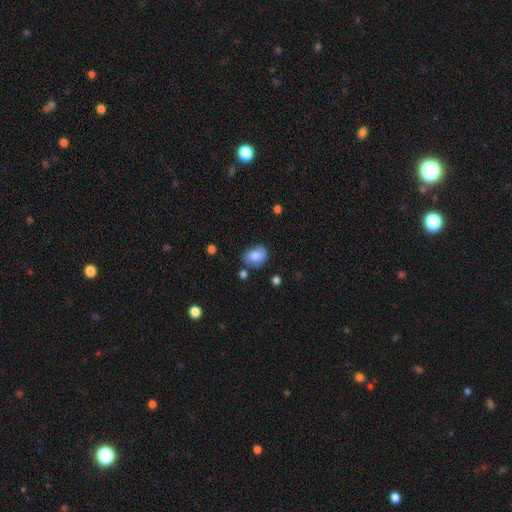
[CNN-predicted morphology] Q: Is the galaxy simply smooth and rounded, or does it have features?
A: smooth — 81%.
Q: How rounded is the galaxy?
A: in between — 63%.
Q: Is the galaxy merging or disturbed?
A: none — 62%.